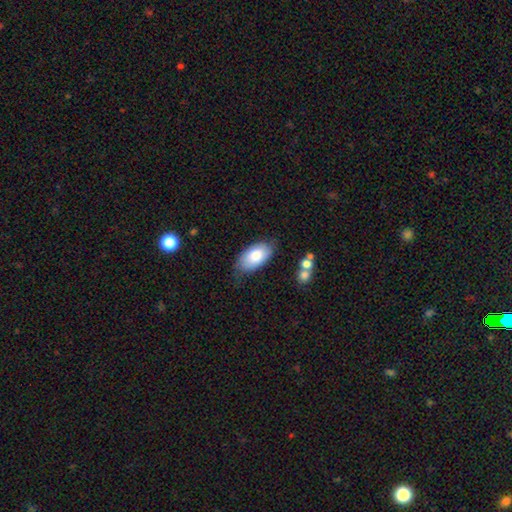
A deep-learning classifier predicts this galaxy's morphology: Smooth or featured?
  - smooth: 79% *
  - featured or disk: 15%
  - star or artifact: 6%
How rounded?
  - in between: 94% *
  - round: 3%
  - cigar-shaped: 2%
Merging?
  - none: 71% *
  - minor disturbance: 21%
  - major disturbance: 5%
  - merger: 3%